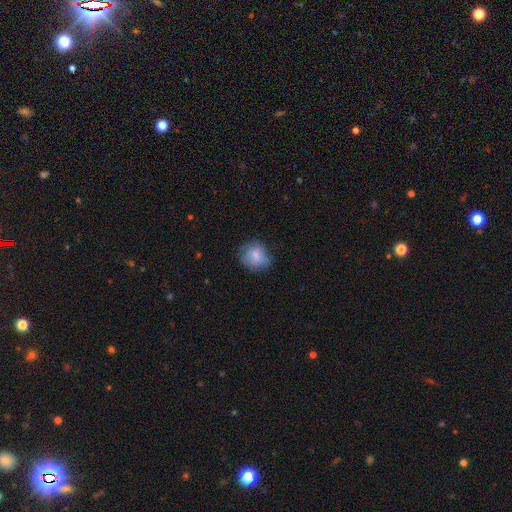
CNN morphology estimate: Smooth or featured?
  - smooth: 77% *
  - featured or disk: 16%
  - star or artifact: 8%
How rounded?
  - round: 74% *
  - in between: 25%
  - cigar-shaped: 1%
Merging?
  - none: 66% *
  - minor disturbance: 25%
  - major disturbance: 8%
  - merger: 1%